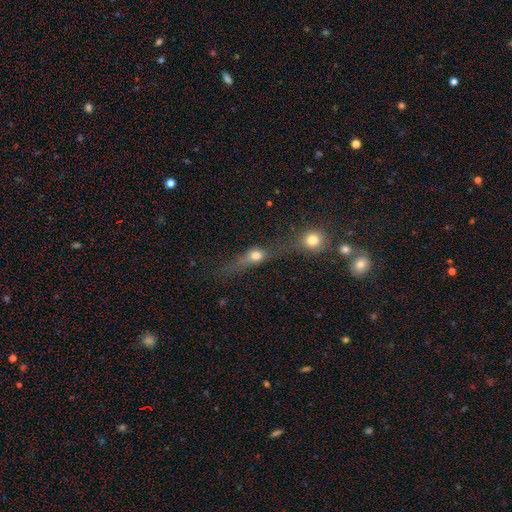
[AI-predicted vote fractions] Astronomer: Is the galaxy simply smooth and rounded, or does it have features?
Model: smooth — 58%.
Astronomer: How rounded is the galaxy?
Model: round — 45% (runner-up: in between, 31%).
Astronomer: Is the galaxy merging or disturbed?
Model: merger — 47% (runner-up: none, 31%).